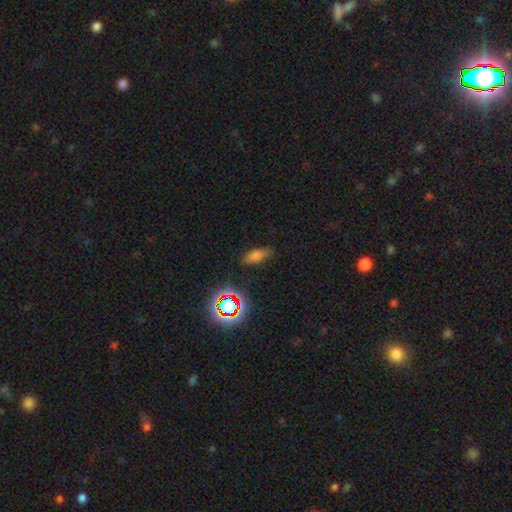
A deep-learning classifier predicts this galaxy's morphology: This appears to be a smooth galaxy with no disk features (70%) that is in between round and cigar-shaped (73%). Merging: none (82%).